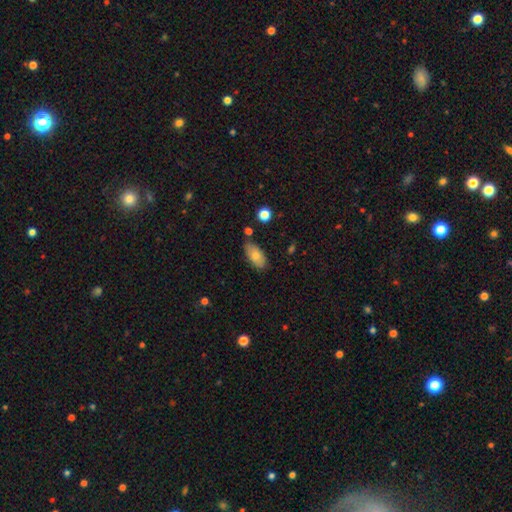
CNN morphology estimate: Smooth or featured? smooth (78%)
How rounded? in between (91%)
Merging? none (76%)